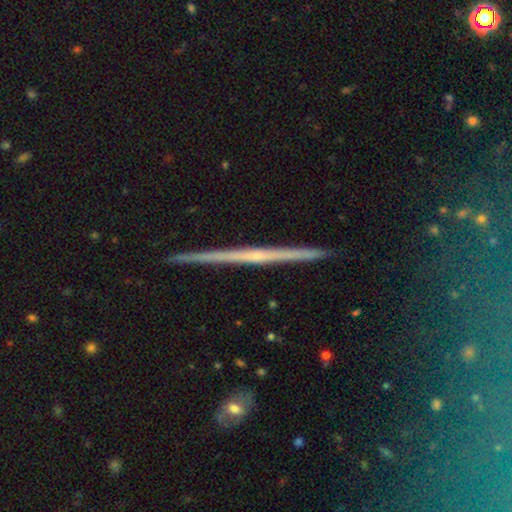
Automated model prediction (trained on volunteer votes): A featured or disk galaxy (75%) viewed edge-on (98%) with no central bulge (67%).

Vote fractions:
- Smooth or featured? featured or disk: 75% / smooth: 19% / star or artifact: 6%
- Edge-on disk? yes: 98% / no: 2%
- Edge-on bulge? none: 67% / rounded: 26% / boxy: 7%
- Merging? none: 92% / minor disturbance: 6% / major disturbance: 1% / merger: 1%